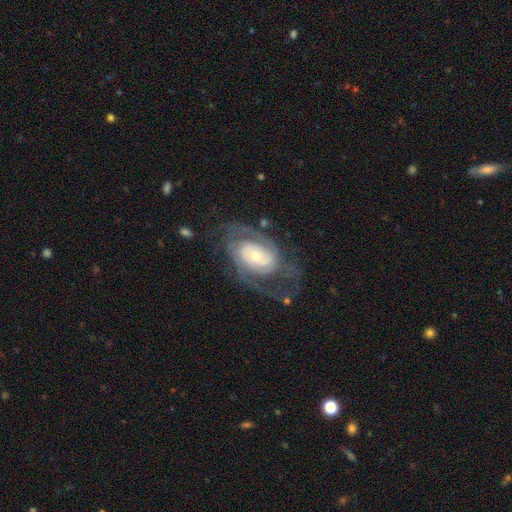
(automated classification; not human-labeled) smooth-or-featured: featured or disk: 84% | smooth: 11% | star or artifact: 5%
  disk-edge-on: no: 96% | yes: 4%
    bar: no: 55% | weak: 34% | strong: 11%
    has-spiral-arms: yes: 90% | no: 10%
      spiral-winding: tight: 49% | medium: 37% | loose: 13%
      spiral-arm-count: 2: 55% | can't tell: 25% | 3: 9% | 1: 5% | 4: 3% | more than 4: 3%
    bulge-size: small: 49% | moderate: 43% | large: 6% | dominant: 1% | none: 1%
  merging: none: 59% | major disturbance: 21% | minor disturbance: 19% | merger: 2%